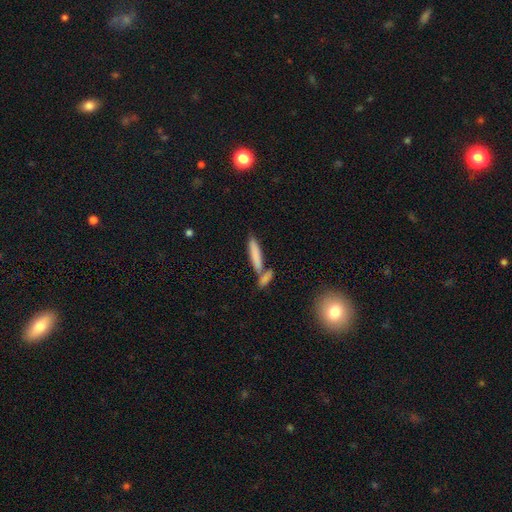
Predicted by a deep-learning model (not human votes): A smooth galaxy with no disk features (76%) that is cigar-shaped (82%). Merging: none (60%).